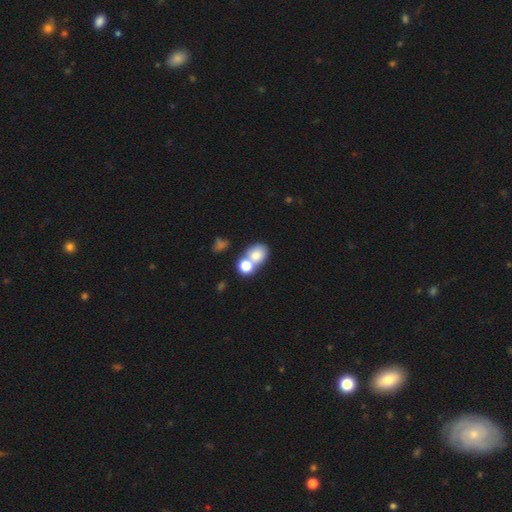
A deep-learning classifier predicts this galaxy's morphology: type=smooth (75%); roundness=in between (52%); merging=merger (57%).